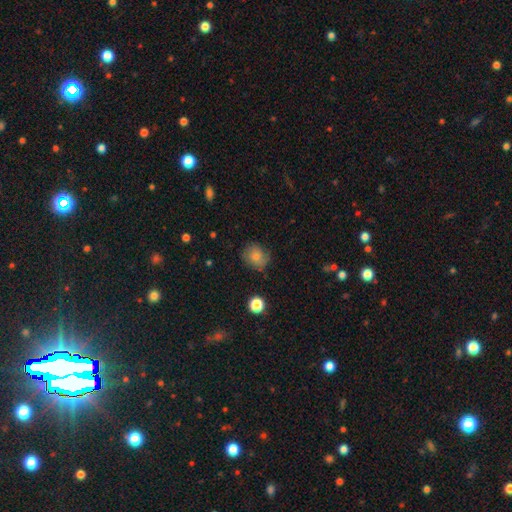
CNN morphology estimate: smooth-or-featured: smooth: 67% | featured or disk: 20% | star or artifact: 13%
  how-rounded: round: 70% | in between: 28% | cigar-shaped: 1%
  merging: none: 75% | minor disturbance: 18% | major disturbance: 5% | merger: 1%